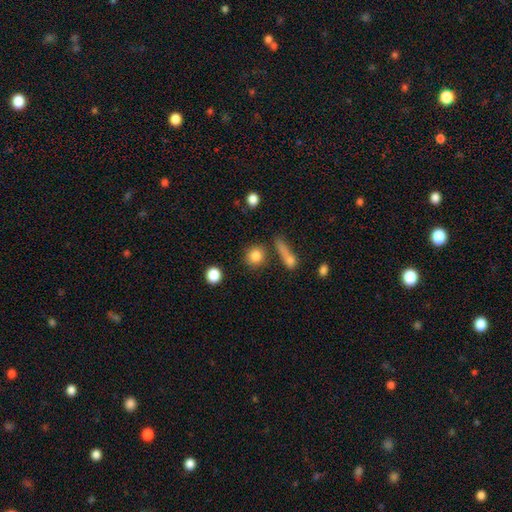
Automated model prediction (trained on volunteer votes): Smooth or featured? smooth (83%)
How rounded? round (84%)
Merging? none (76%)